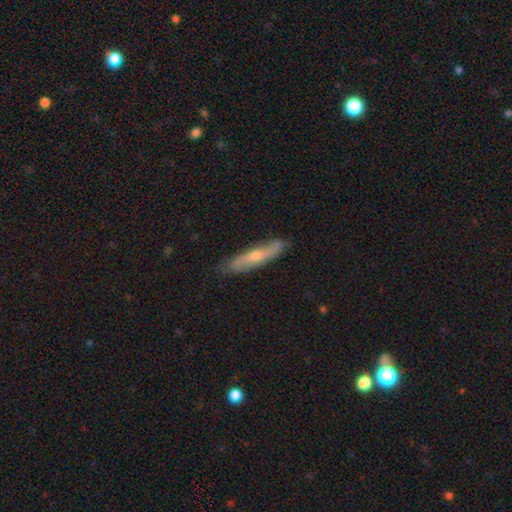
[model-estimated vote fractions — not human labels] smooth-or-featured: featured or disk: 49% | smooth: 45% | star or artifact: 6%
  merging: none: 79% | minor disturbance: 17% | major disturbance: 3% | merger: 2%